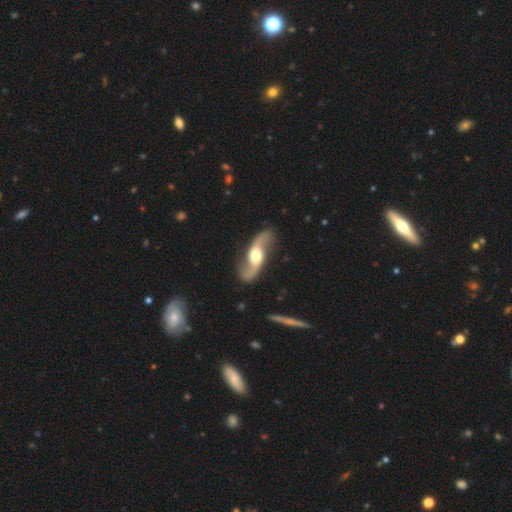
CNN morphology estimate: Overall: featured or disk (88%). Edge-on disk: no (92%). Bar: no (53%; weak 33%). Spiral arms: yes (96%). Spiral arm count: 2 (94%). Spiral winding: loose (77%). Bulge size: moderate (57%; large 30%). Merging: none (83%).